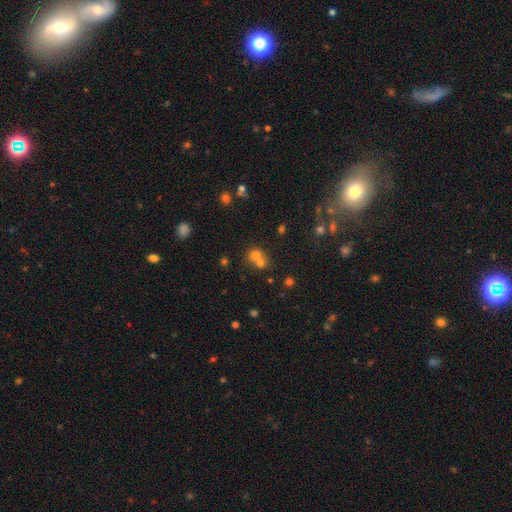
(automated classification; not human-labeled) A smooth galaxy with no disk features (68%) that is round (80%). Merging: merger (55%).